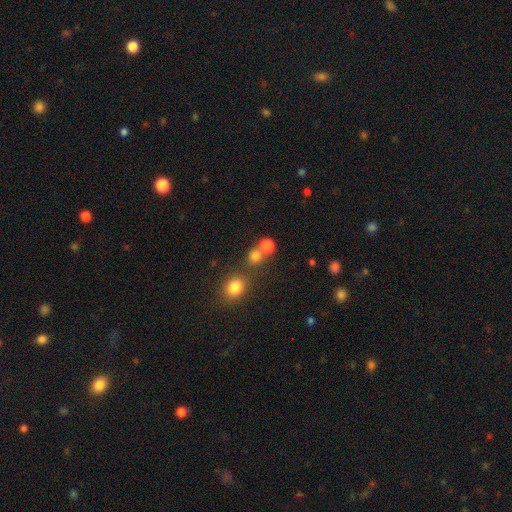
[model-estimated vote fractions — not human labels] Smooth or featured?
  - smooth: 77% *
  - star or artifact: 16%
  - featured or disk: 7%
How rounded?
  - round: 86% *
  - in between: 13%
  - cigar-shaped: 1%
Merging?
  - none: 60% *
  - merger: 30%
  - minor disturbance: 7%
  - major disturbance: 4%